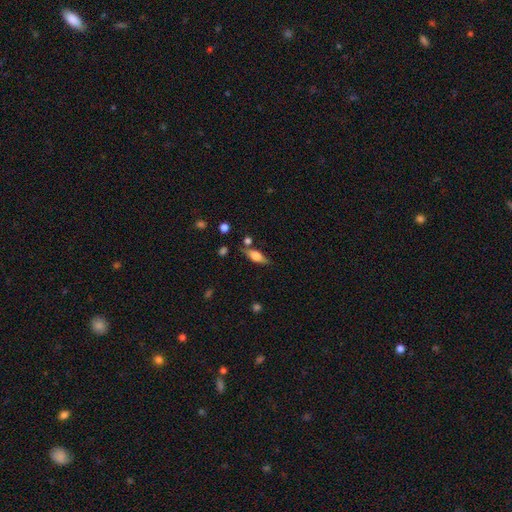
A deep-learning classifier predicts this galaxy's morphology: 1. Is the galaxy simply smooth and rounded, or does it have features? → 54% smooth, 38% featured or disk, 8% star or artifact.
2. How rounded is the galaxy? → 65% in between, 30% cigar-shaped, 5% round.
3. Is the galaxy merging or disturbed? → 72% none, 17% minor disturbance, 6% merger, 5% major disturbance.